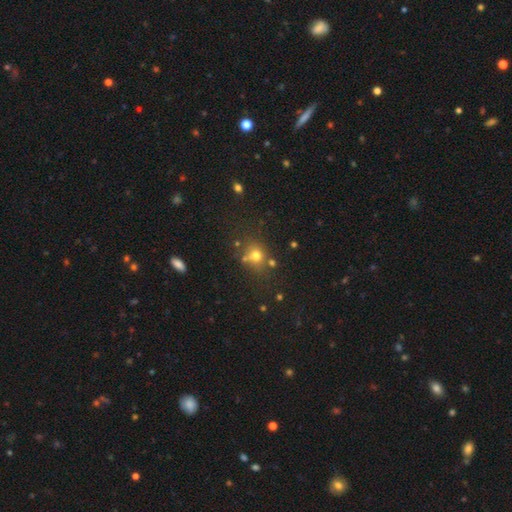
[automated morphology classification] Smooth or featured?
  - smooth: 67% *
  - star or artifact: 21%
  - featured or disk: 12%
How rounded?
  - round: 71% *
  - in between: 27%
  - cigar-shaped: 1%
Merging?
  - none: 63% *
  - minor disturbance: 16%
  - merger: 14%
  - major disturbance: 7%